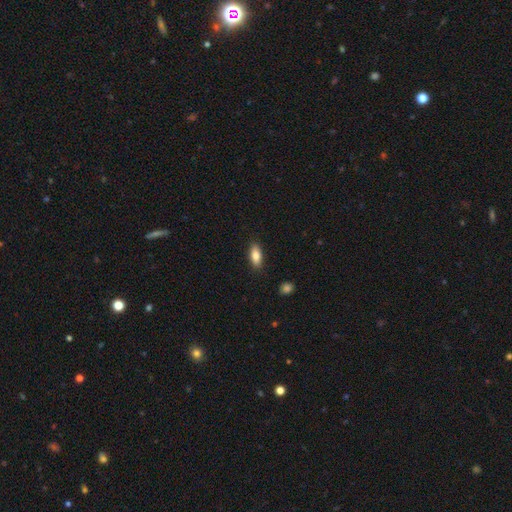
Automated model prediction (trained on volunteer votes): The model was most divided on "how rounded": in between: 82%, cigar-shaped: 15%, round: 3%. More confident: merging — none (88%); smooth or featured — smooth (83%).